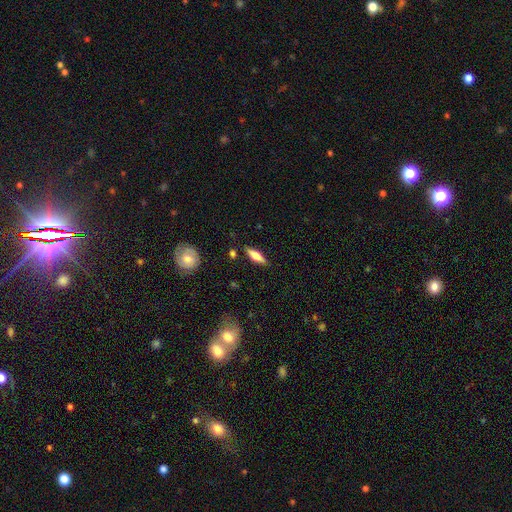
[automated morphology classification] A featured or disk galaxy (48%).

Vote fractions:
- Smooth or featured? featured or disk: 48% / smooth: 45% / star or artifact: 7%
- Merging? none: 86% / minor disturbance: 10% / major disturbance: 2% / merger: 2%